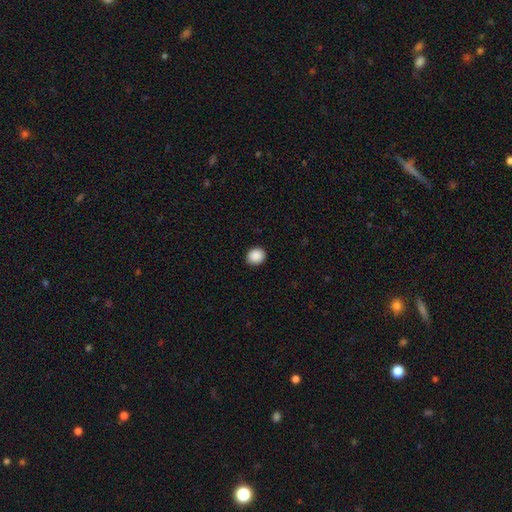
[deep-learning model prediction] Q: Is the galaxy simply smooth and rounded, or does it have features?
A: smooth — 90%.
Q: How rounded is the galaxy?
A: round — 77%.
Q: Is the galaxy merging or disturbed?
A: none — 91%.